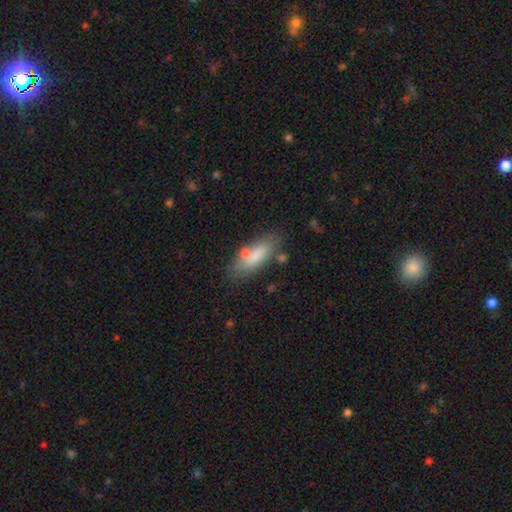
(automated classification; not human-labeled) A smooth galaxy with no disk features (77%) that is in between round and cigar-shaped (67%). Merging: none (67%).